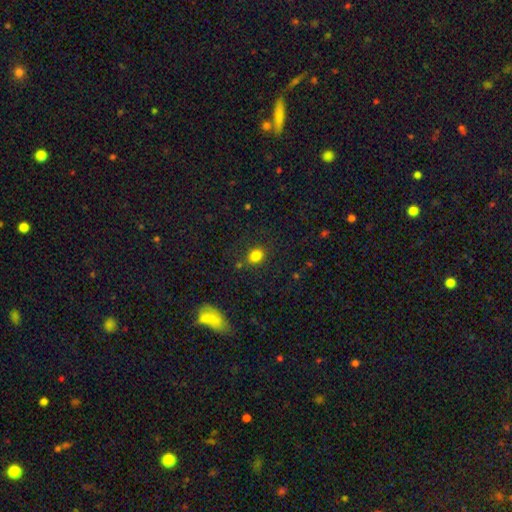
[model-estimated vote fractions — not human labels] Overall: smooth (82%). How rounded: in between (50%; round 49%). Merging: none (80%).